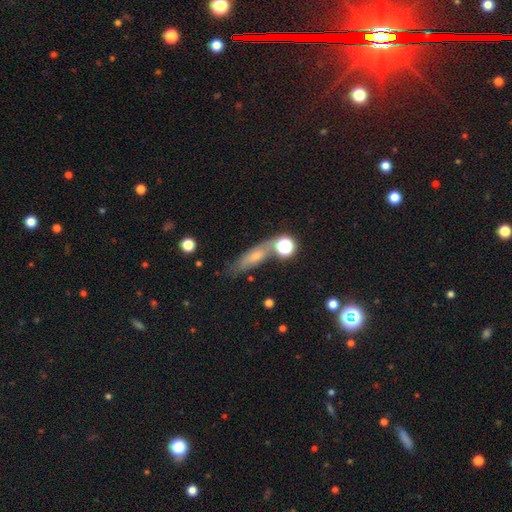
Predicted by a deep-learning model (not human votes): smooth 51%, featured or disk 36%, star or artifact 14%. Down the decision tree: how rounded — cigar-shaped (54%); merging — none (59%).